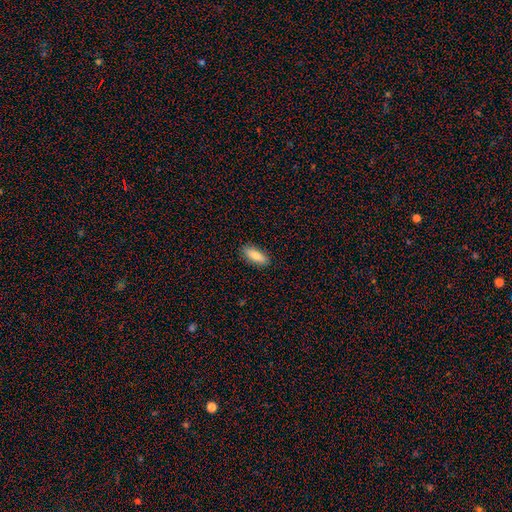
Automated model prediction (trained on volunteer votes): A smooth galaxy with no disk features (82%) that is in between round and cigar-shaped (75%). Merging: none (89%).